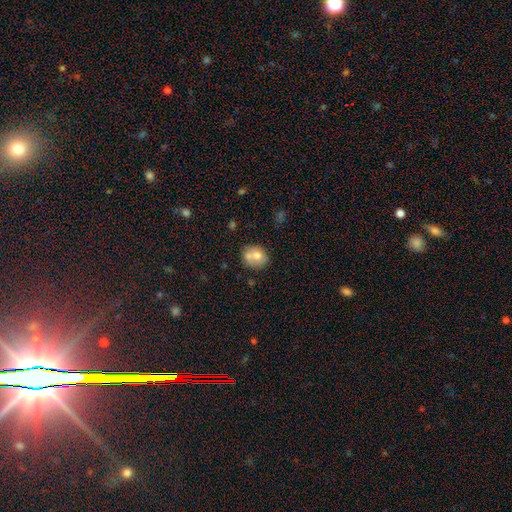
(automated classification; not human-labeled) smooth_or_featured: smooth (p=0.69) [alt: featured or disk p=0.22]
how_rounded: round (p=0.69) [alt: in between p=0.30]
merging: none (p=0.52) [alt: merger p=0.26]